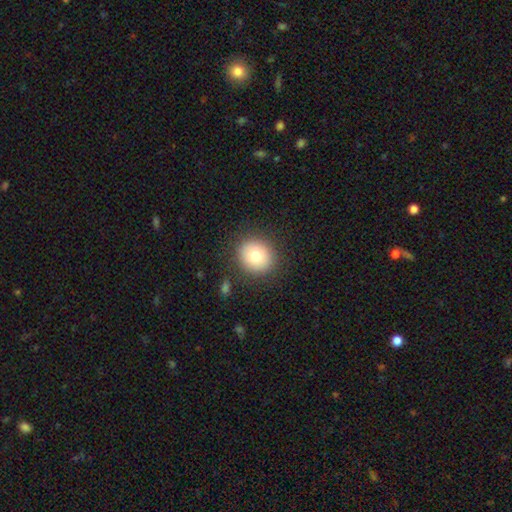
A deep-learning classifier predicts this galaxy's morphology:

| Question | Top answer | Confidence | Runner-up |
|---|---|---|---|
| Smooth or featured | smooth | 78% | featured or disk (12%) |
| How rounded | round | 87% | in between (12%) |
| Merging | none | 87% | minor disturbance (8%) |